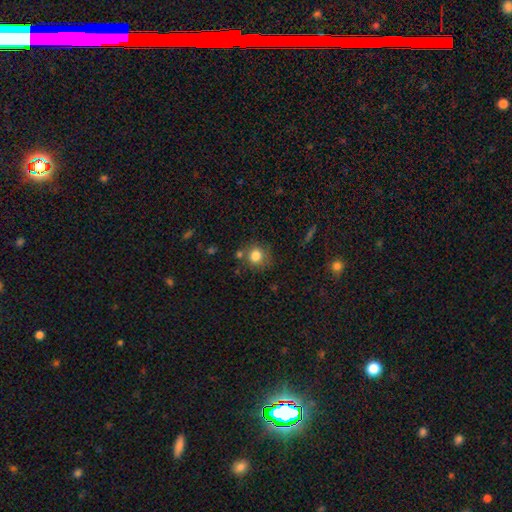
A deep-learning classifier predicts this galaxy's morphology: This appears to be a smooth galaxy with no disk features (81%) that is round (83%). Merging: none (70%).